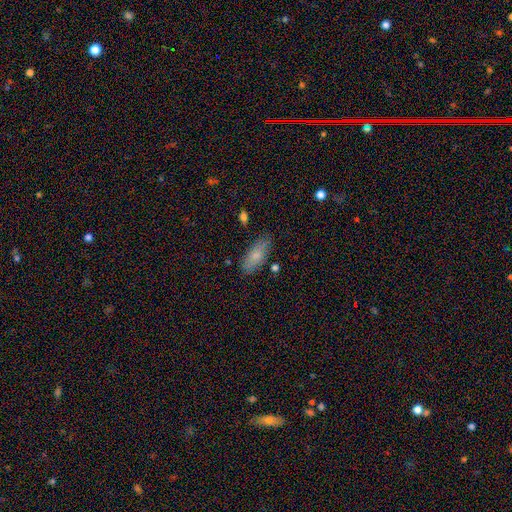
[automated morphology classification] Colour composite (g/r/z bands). It shows a smooth galaxy with no disk features (76%) that is in between round and cigar-shaped (82%). Merging: none (79%).